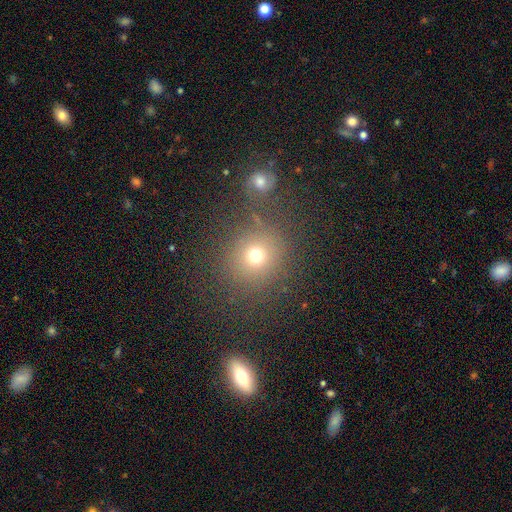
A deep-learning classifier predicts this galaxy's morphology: The model was most divided on "smooth or featured": smooth: 71%, star or artifact: 19%, featured or disk: 10%. More confident: how rounded — round (87%); merging — none (78%).